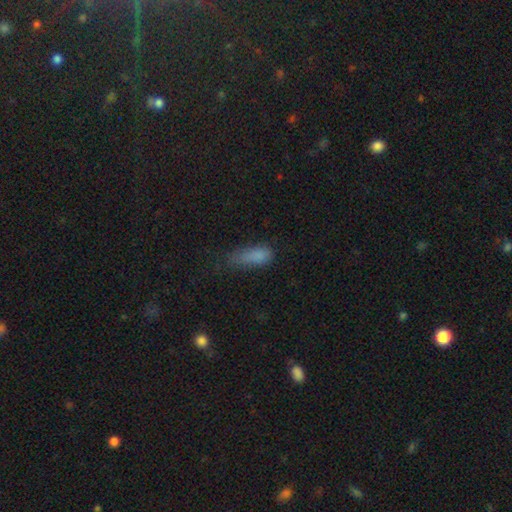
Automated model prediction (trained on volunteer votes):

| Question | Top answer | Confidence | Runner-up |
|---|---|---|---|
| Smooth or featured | smooth | 79% | star or artifact (12%) |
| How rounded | in between | 68% | cigar-shaped (28%) |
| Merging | none | 37% | minor disturbance (36%) |